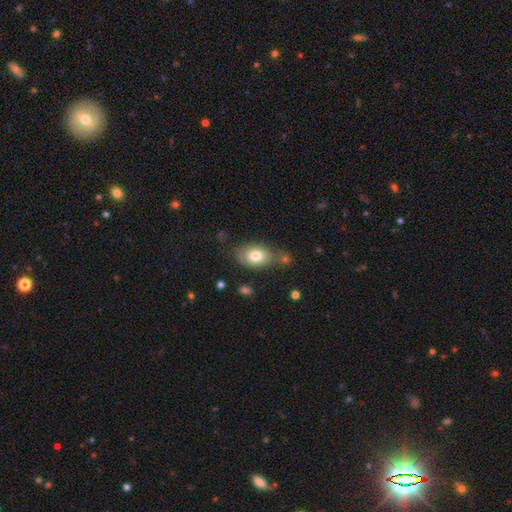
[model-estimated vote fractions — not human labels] Smooth or featured?
  - smooth: 78% *
  - featured or disk: 14%
  - star or artifact: 8%
How rounded?
  - in between: 83% *
  - round: 15%
  - cigar-shaped: 1%
Merging?
  - none: 61% *
  - minor disturbance: 20%
  - merger: 13%
  - major disturbance: 6%